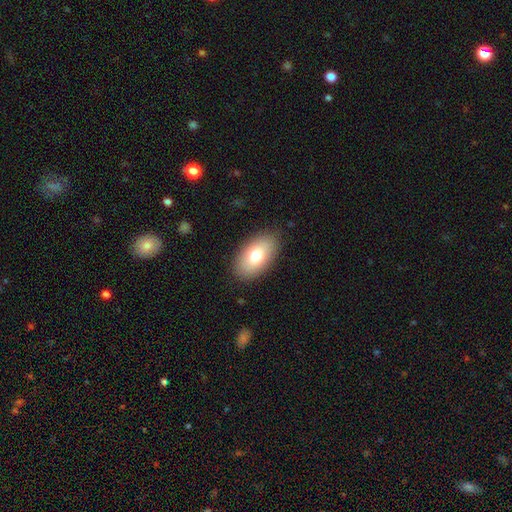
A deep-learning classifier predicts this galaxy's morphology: Overall: smooth (76%). How rounded: in between (93%). Merging: none (86%).